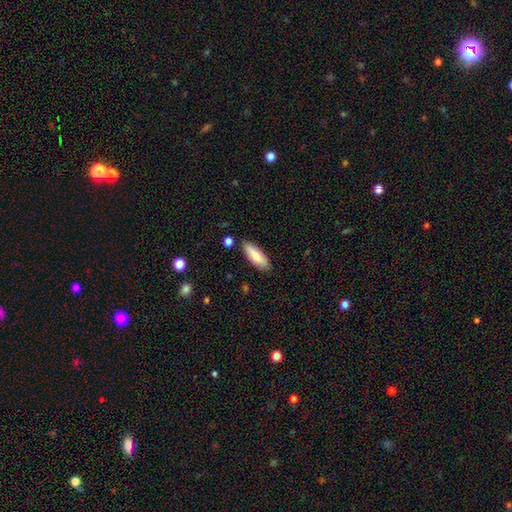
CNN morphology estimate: Smooth or featured? Predicted: smooth (p=0.79). How rounded? Predicted: in between (p=0.64). Merging? Predicted: none (p=0.84).